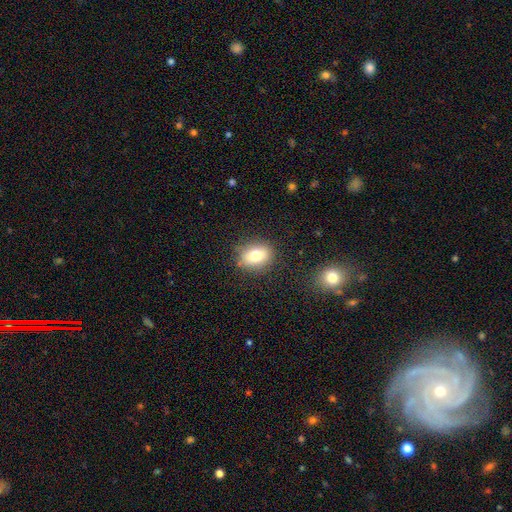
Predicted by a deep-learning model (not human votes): Smooth or featured: smooth — 77% (featured or disk — 13%)
How rounded: in between — 61% (round — 37%)
Merging: none — 83% (minor disturbance — 12%)